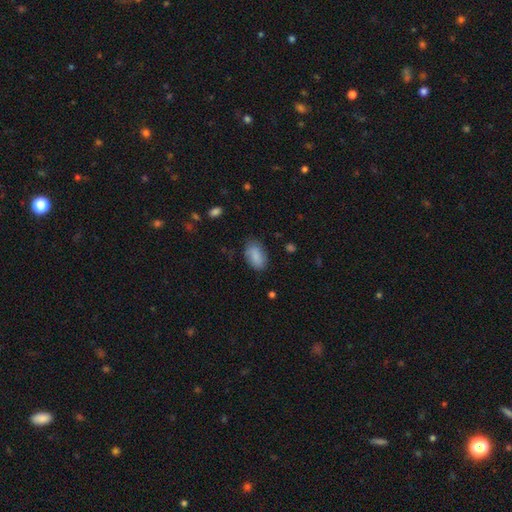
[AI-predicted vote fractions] smooth 87%, star or artifact 7%, featured or disk 6%. Down the decision tree: how rounded — in between (92%); merging — none (79%).